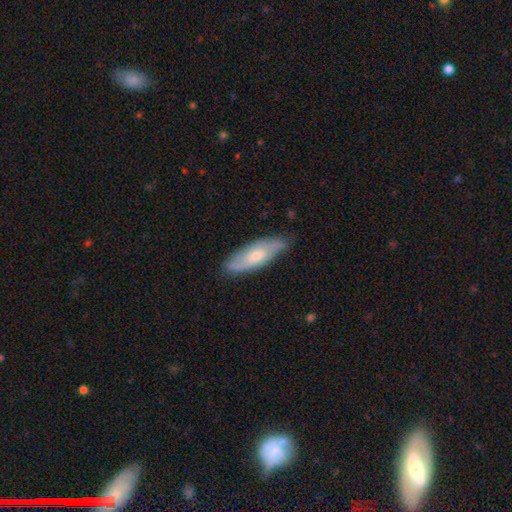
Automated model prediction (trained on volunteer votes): Smooth or featured? Predicted: featured or disk (p=0.55). Edge-on disk? Predicted: no (p=0.77). Merging? Predicted: none (p=0.77).